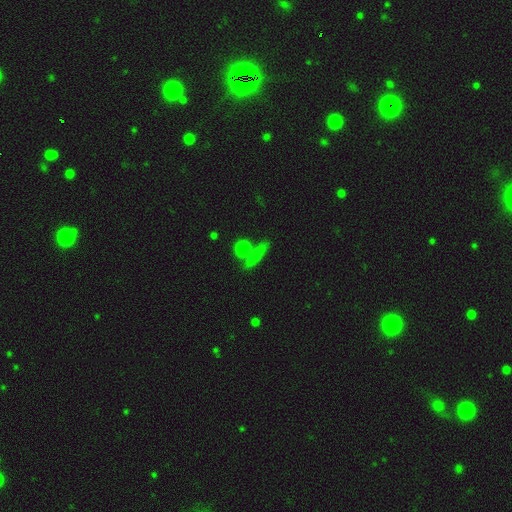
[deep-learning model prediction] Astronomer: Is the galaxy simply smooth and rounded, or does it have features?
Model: smooth — 72%.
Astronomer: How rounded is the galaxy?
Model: cigar-shaped — 51% (runner-up: round, 31%).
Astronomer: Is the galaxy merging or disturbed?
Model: none — 70%.